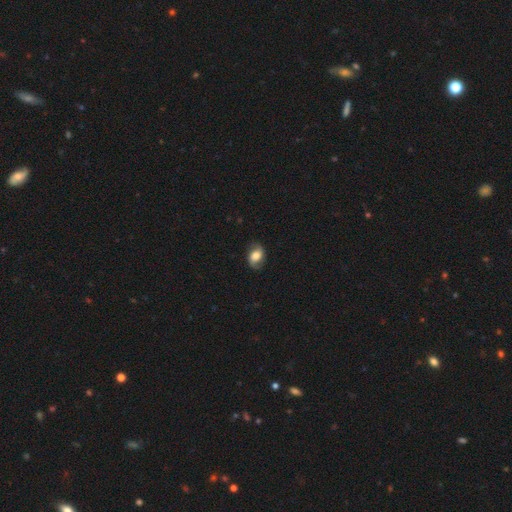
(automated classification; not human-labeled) Smooth or featured: smooth — 49% (featured or disk — 42%)
Merging: none — 78% (minor disturbance — 16%)